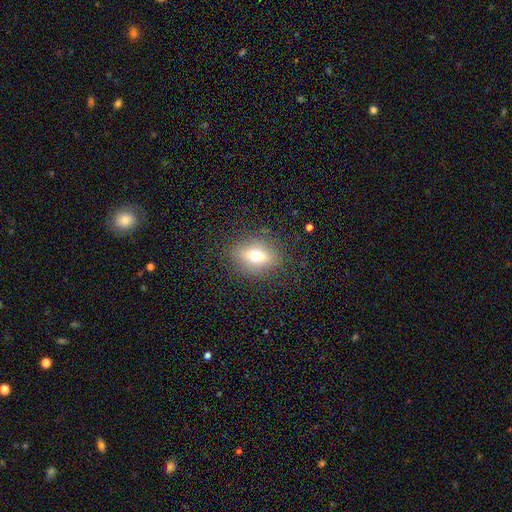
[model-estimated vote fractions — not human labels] smooth_or_featured: smooth (p=0.61) [alt: featured or disk p=0.26]
how_rounded: in between (p=0.62) [alt: round p=0.31]
merging: none (p=0.83) [alt: minor disturbance p=0.11]